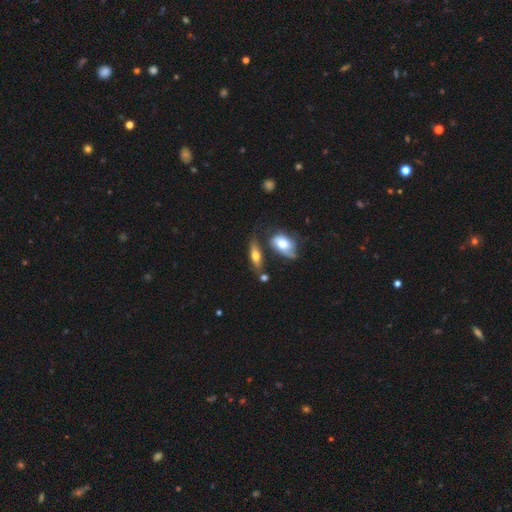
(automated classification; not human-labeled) Smooth or featured? smooth (53%)
How rounded? in between (59%)
Merging? none (59%)